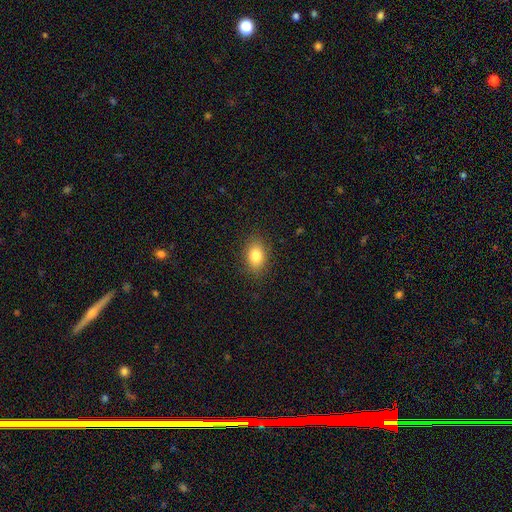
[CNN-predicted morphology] smooth_or_featured: smooth (p=0.83) [alt: star or artifact p=0.09]
how_rounded: in between (p=0.79) [alt: round p=0.20]
merging: none (p=0.86) [alt: minor disturbance p=0.10]